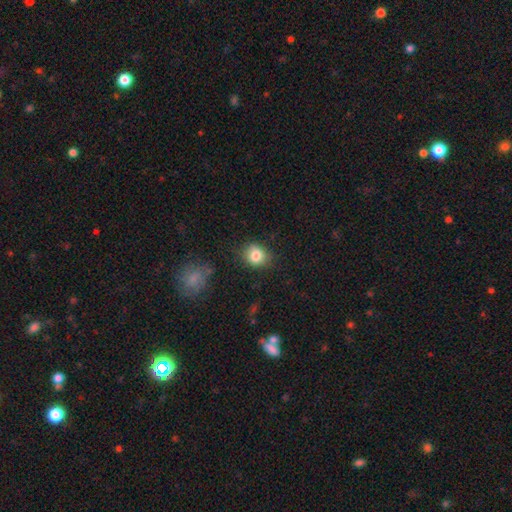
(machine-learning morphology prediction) The model was most divided on "how rounded": round: 65%, in between: 34%, cigar-shaped: 1%. More confident: smooth or featured — smooth (83%); merging — none (79%).